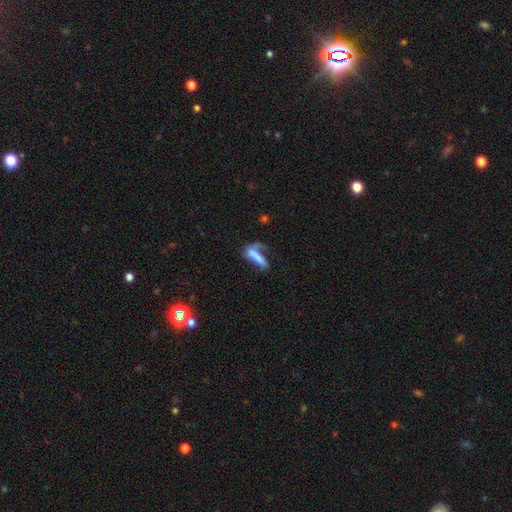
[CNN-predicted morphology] Smooth or featured?
  - smooth: 64% *
  - featured or disk: 26%
  - star or artifact: 10%
How rounded?
  - cigar-shaped: 69% *
  - in between: 28%
  - round: 3%
Merging?
  - none: 32% *
  - major disturbance: 30%
  - minor disturbance: 20%
  - merger: 18%